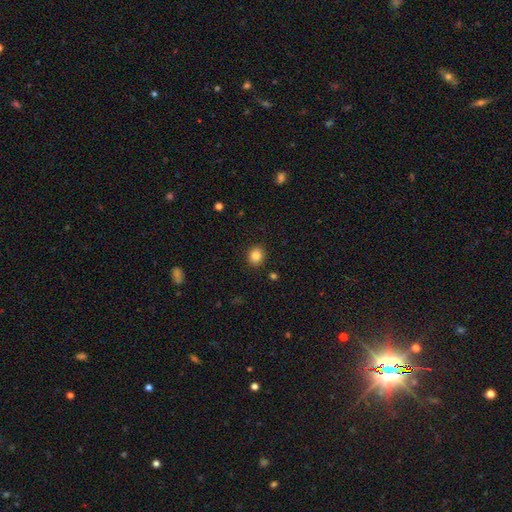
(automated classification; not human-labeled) Morphology: type=smooth (84%); roundness=round (79%); merging=none (90%).